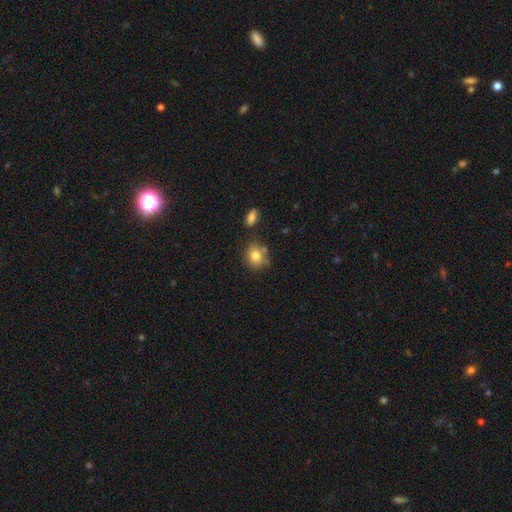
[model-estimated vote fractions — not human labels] This appears to be a smooth galaxy with no disk features (80%) that is round (64%). Merging: none (68%).